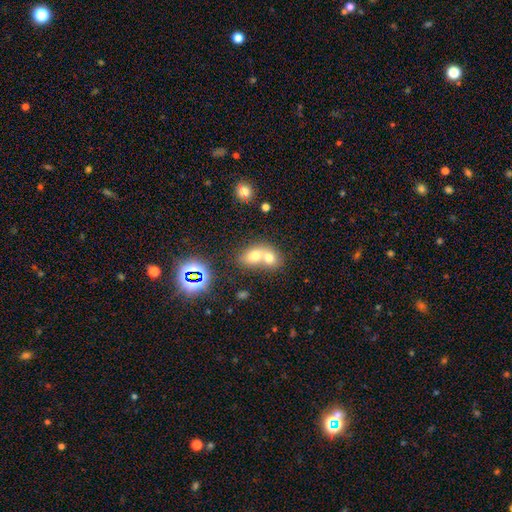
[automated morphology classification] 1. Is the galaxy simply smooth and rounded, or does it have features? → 65% smooth, 19% featured or disk, 16% star or artifact.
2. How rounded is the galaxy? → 52% in between, 47% round, 1% cigar-shaped.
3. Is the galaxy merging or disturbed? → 69% merger, 23% none, 5% minor disturbance, 3% major disturbance.